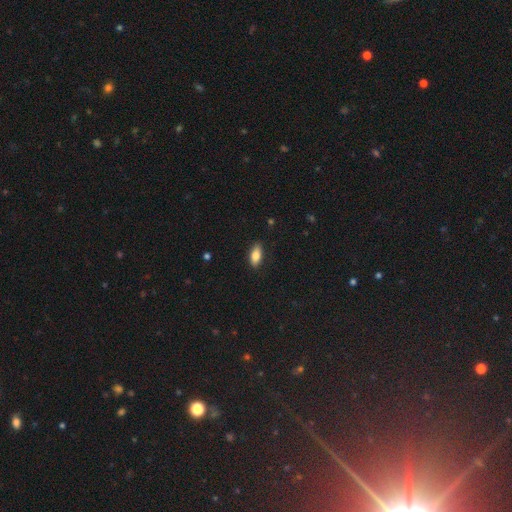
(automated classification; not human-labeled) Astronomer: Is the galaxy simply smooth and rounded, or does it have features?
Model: smooth — 82%.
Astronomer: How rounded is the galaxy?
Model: in between — 85%.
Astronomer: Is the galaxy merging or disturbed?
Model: none — 86%.